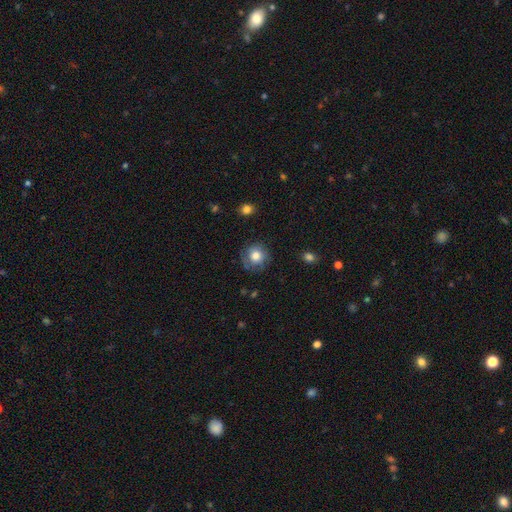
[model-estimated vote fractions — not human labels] Smooth or featured? Predicted: smooth (p=0.73). How rounded? Predicted: round (p=0.90). Merging? Predicted: none (p=0.78).